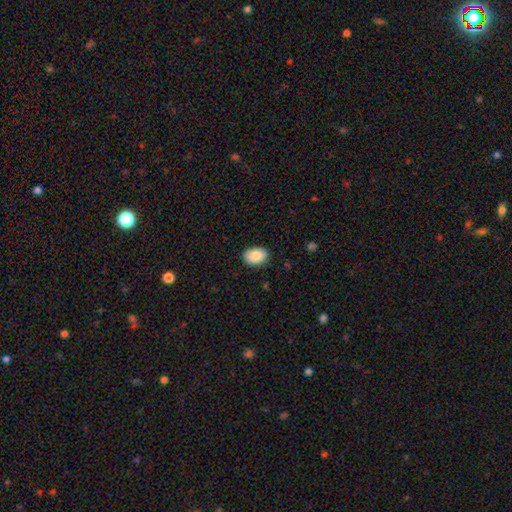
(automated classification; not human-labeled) smooth_or_featured: smooth (p=0.87) [alt: star or artifact p=0.07]
how_rounded: in between (p=0.80) [alt: round p=0.19]
merging: none (p=0.87) [alt: minor disturbance p=0.10]